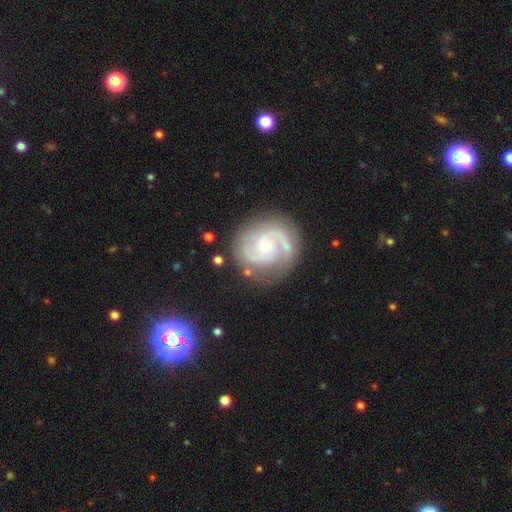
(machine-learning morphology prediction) Smooth or featured? featured or disk (86%)
Edge-on disk? no (98%)
Bar? no (60%)
Spiral arms? yes (96%)
Spiral winding? medium (49%)
Spiral arm count? 2 (79%)
Bulge size? moderate (51%)
Merging? none (77%)